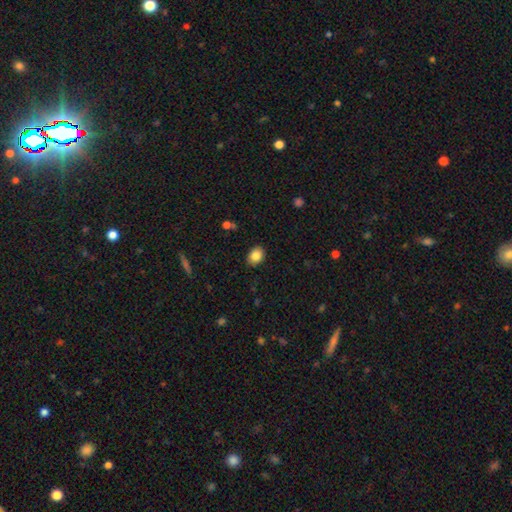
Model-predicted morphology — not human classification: Overall: smooth (85%). How rounded: in between (65%; round 34%). Merging: none (88%).